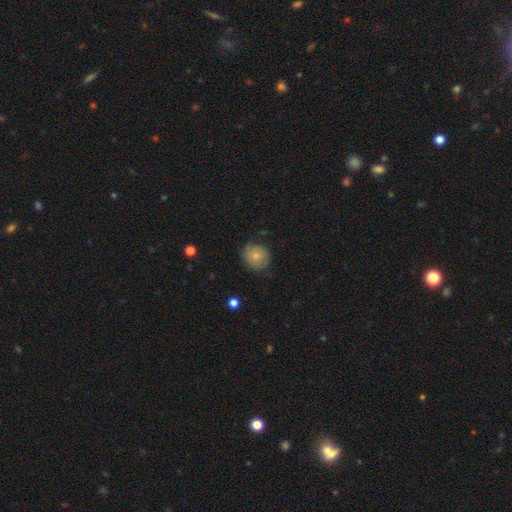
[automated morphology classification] smooth 76%, featured or disk 16%, star or artifact 8%. Down the decision tree: how rounded — round (79%); merging — none (74%).